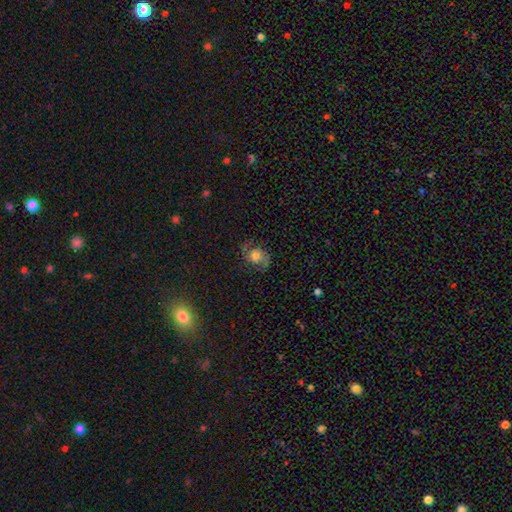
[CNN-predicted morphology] Overall: featured or disk (70%). Edge-on disk: no (98%). Bar: no (71%). Spiral arms: yes (93%). Spiral arm count: 2 (91%). Spiral winding: medium (53%; loose 30%). Bulge size: moderate (51%; small 23%). Merging: none (75%).